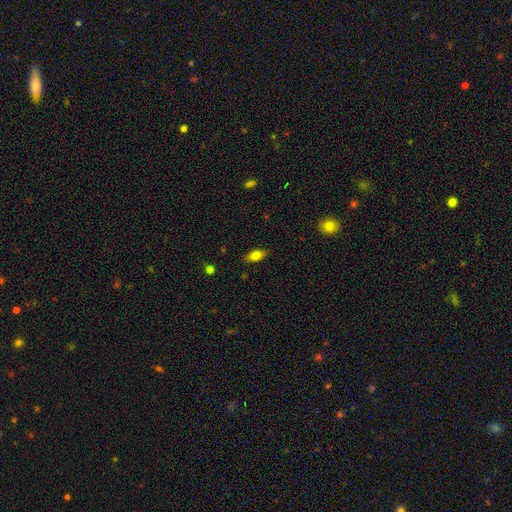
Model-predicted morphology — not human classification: The model was most divided on "smooth or featured": smooth: 72%, featured or disk: 21%, star or artifact: 8%. More confident: merging — none (85%); how rounded — in between (81%).